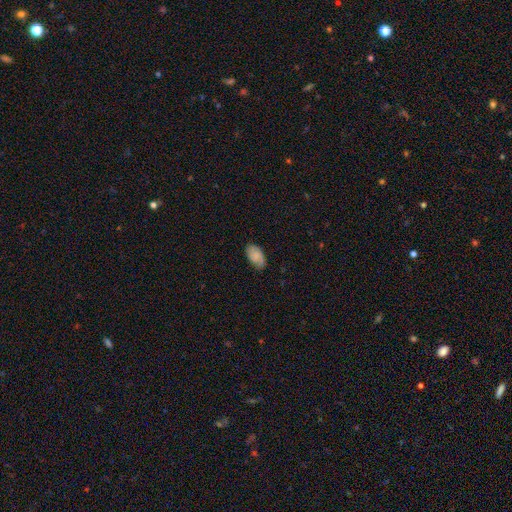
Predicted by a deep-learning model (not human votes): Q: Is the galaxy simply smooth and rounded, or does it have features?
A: smooth — 68%.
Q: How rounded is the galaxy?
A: in between — 94%.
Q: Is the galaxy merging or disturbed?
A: none — 74%.